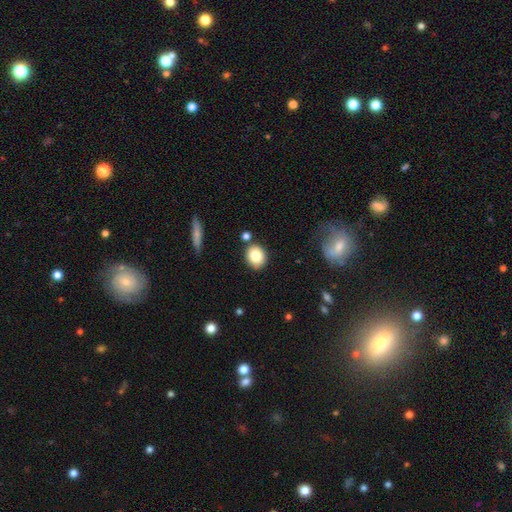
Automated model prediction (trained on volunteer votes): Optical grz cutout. It shows a smooth galaxy with no disk features (81%) that is round (62%). Merging: none (81%).